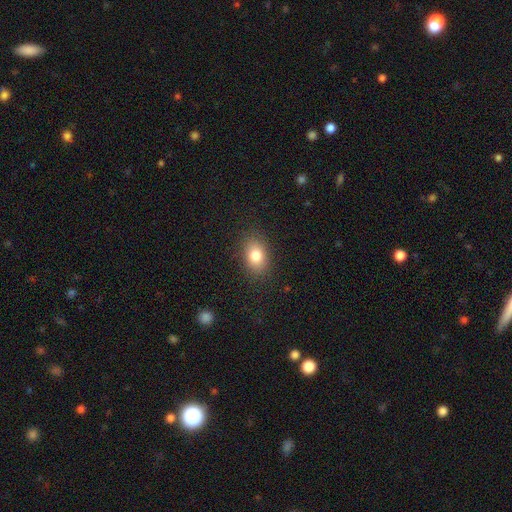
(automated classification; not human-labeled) This appears to be a smooth galaxy with no disk features (80%) that is in between round and cigar-shaped (77%). Merging: none (86%).